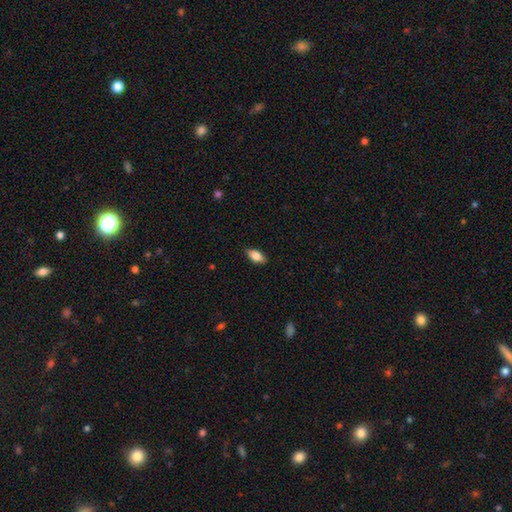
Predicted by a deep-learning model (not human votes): This is likely a smooth galaxy (79%). How rounded: clearly in between (87%). Merging: clearly none (84%).